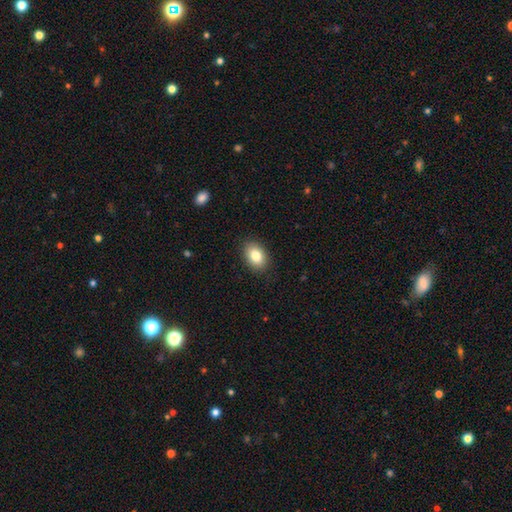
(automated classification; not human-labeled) Smooth or featured? smooth (83%)
How rounded? in between (81%)
Merging? none (88%)